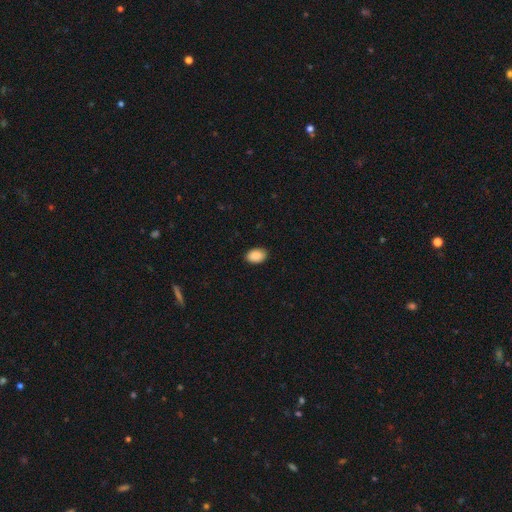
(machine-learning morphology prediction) This appears to be a smooth galaxy with no disk features (90%) that is in between round and cigar-shaped (87%). Merging: none (89%).